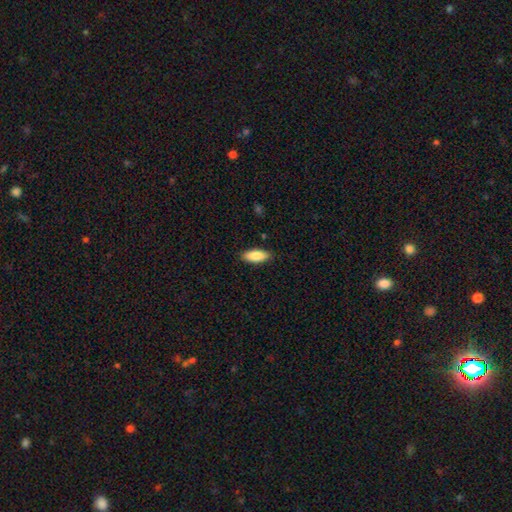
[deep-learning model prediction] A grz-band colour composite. It shows a smooth galaxy with no disk features (85%) that is in between round and cigar-shaped (76%). Merging: none (87%).